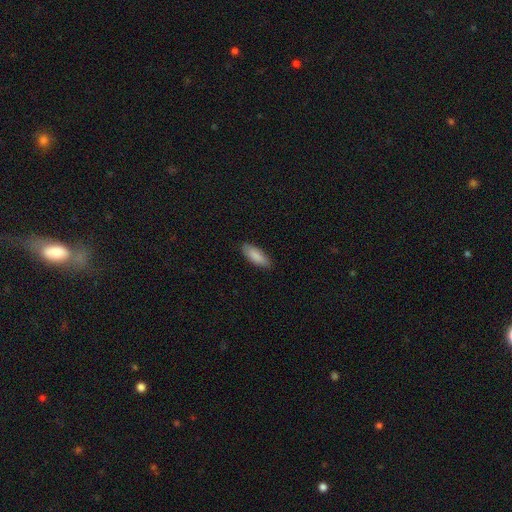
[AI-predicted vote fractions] smooth-or-featured: smooth: 88% | featured or disk: 7% | star or artifact: 6%
  how-rounded: in between: 70% | cigar-shaped: 29% | round: 2%
  merging: none: 86% | minor disturbance: 11% | major disturbance: 2% | merger: 1%